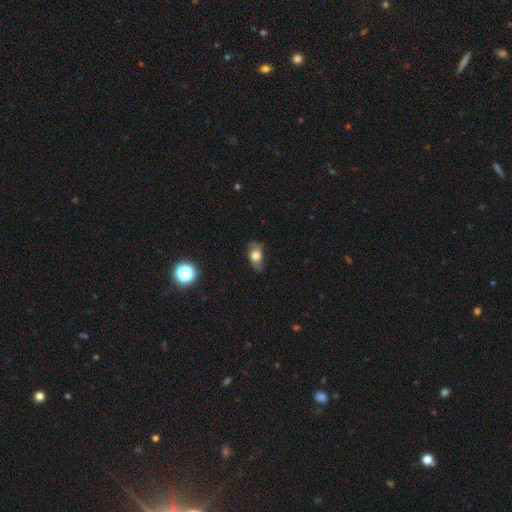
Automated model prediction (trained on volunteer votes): This is likely a smooth galaxy (68%). How rounded: clearly in between (83%). Merging: likely none (72%).